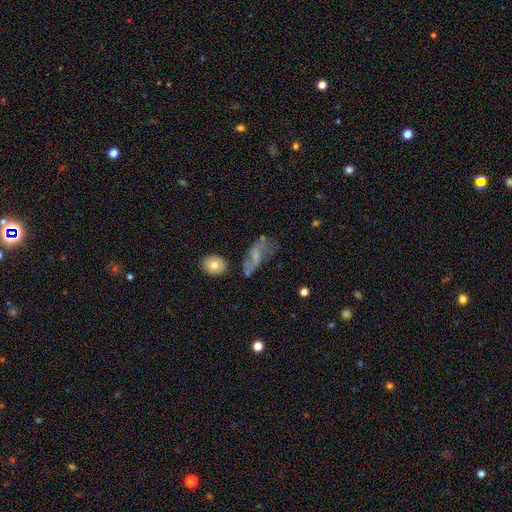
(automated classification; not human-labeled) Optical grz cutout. It shows a featured or disk galaxy (49%). Merging: none (40%).